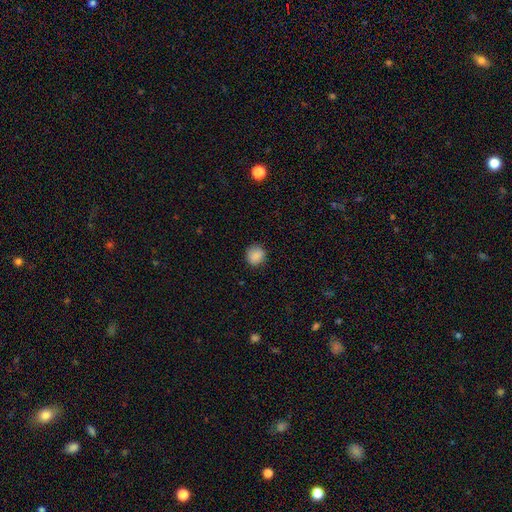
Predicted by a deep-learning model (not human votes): Morphology: type=smooth (87%); roundness=round (86%); merging=none (87%).